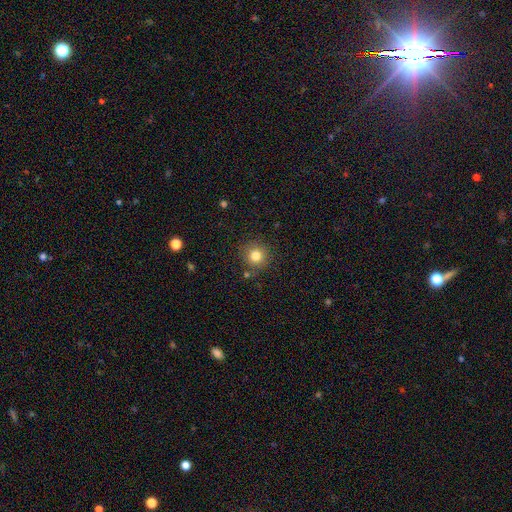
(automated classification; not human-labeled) The model was most divided on "smooth or featured": smooth: 80%, star or artifact: 13%, featured or disk: 7%. More confident: how rounded — round (93%); merging — none (85%).